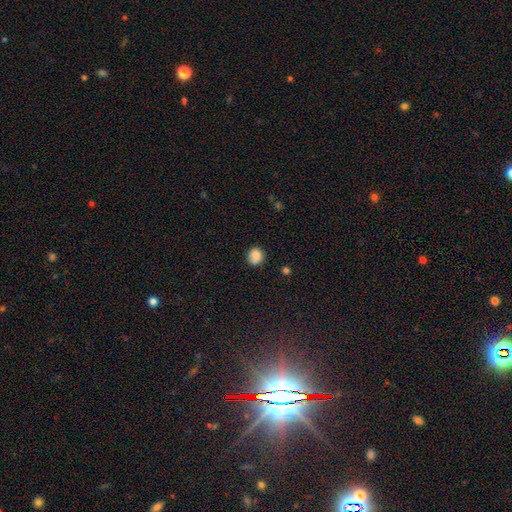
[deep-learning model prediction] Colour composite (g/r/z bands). It shows a smooth galaxy with no disk features (83%) that is round (84%). Merging: none (76%).